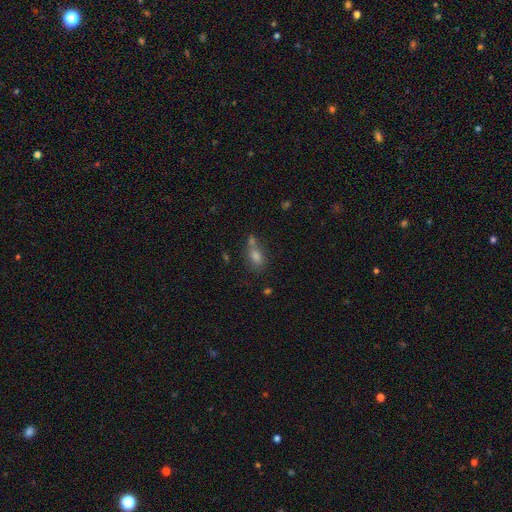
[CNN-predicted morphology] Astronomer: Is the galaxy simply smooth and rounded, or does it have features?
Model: smooth — 70%.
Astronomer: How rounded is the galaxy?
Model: in between — 74%.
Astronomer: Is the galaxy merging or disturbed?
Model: none — 49% (runner-up: merger, 33%).